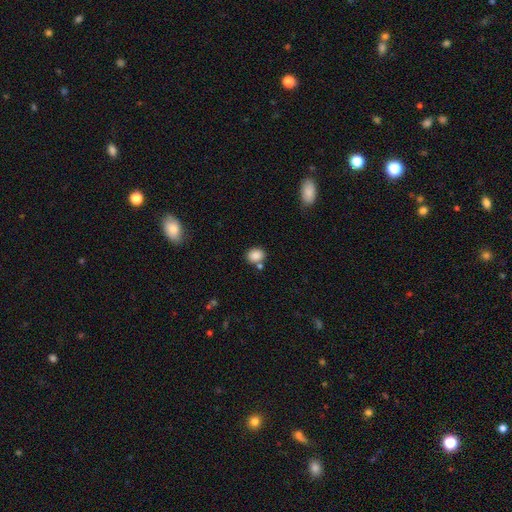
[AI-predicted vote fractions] Smooth or featured: smooth — 86% (star or artifact — 9%)
How rounded: round — 55% (in between — 44%)
Merging: none — 69% (merger — 16%)